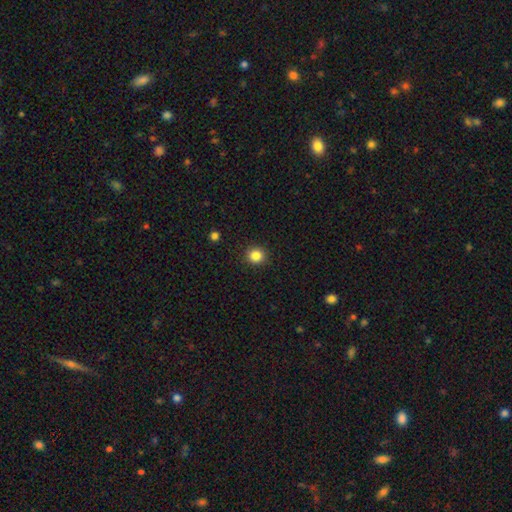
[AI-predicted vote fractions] A smooth galaxy with no disk features (85%) that is round (91%). Merging: none (91%).